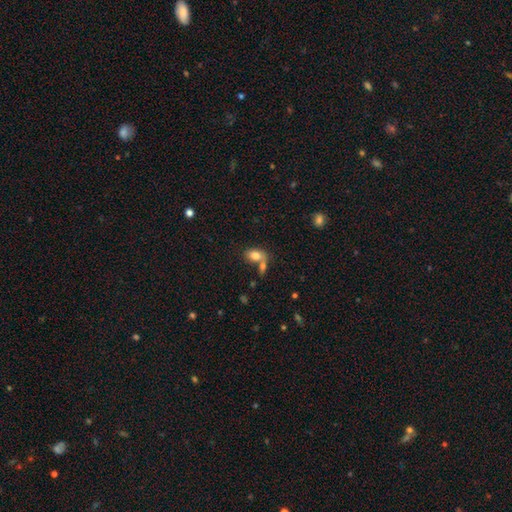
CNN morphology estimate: A smooth galaxy with no disk features (80%) that is in between round and cigar-shaped (86%).

Vote fractions:
- Smooth or featured? smooth: 80% / featured or disk: 11% / star or artifact: 9%
- How rounded? in between: 86% / round: 13% / cigar-shaped: 2%
- Merging? none: 43% / merger: 39% / minor disturbance: 12% / major disturbance: 5%